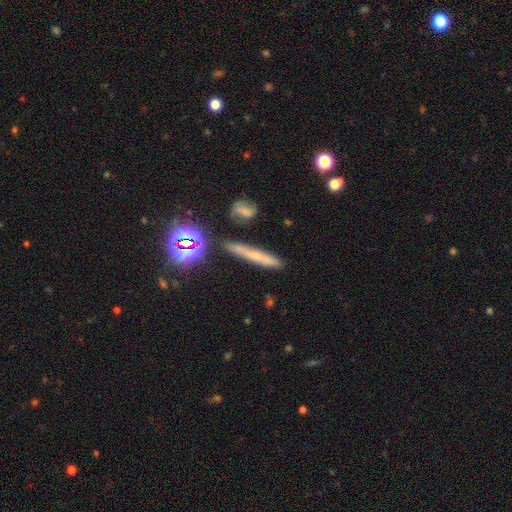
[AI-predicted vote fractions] smooth 53%, featured or disk 26%, star or artifact 21%. Down the decision tree: how rounded — cigar-shaped (85%); merging — none (82%).